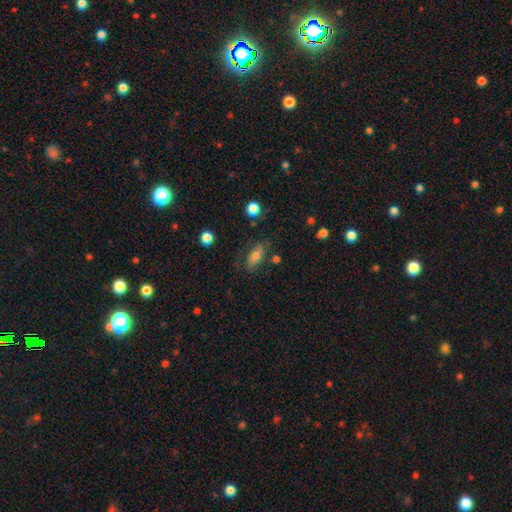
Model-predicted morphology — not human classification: type=smooth (63%); roundness=in between (79%); merging=none (66%).